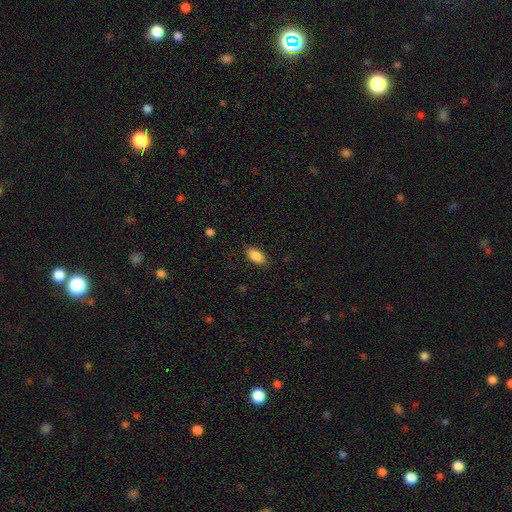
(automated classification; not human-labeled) A smooth galaxy with no disk features (88%) that is in between round and cigar-shaped (92%).

Vote fractions:
- Smooth or featured? smooth: 88% / star or artifact: 7% / featured or disk: 5%
- How rounded? in between: 92% / cigar-shaped: 4% / round: 3%
- Merging? none: 86% / minor disturbance: 10% / major disturbance: 3% / merger: 1%